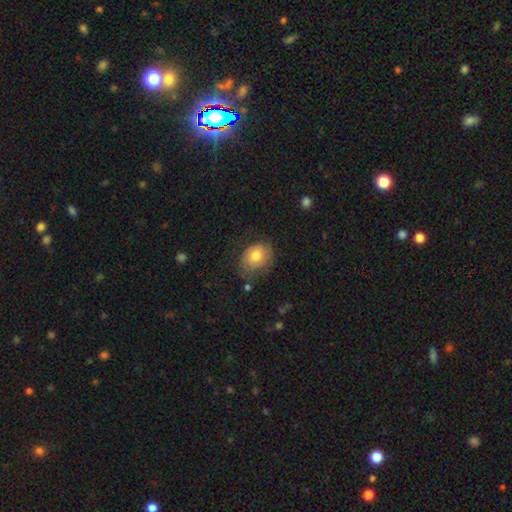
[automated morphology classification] Smooth or featured: smooth — 66% (featured or disk — 26%)
How rounded: in between — 53% (round — 46%)
Merging: none — 58% (minor disturbance — 28%)